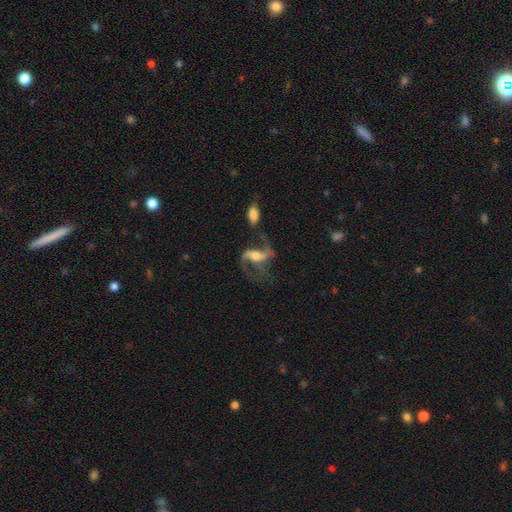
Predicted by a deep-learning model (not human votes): smooth_or_featured: featured or disk (p=0.85) [alt: smooth p=0.09]
disk_edge_on: no (p=0.95) [alt: yes p=0.05]
bar: weak (p=0.38) [alt: strong p=0.37]
has_spiral_arms: yes (p=0.93) [alt: no p=0.07]
spiral_winding: loose (p=0.67) [alt: medium p=0.27]
spiral_arm_count: 2 (p=0.87) [alt: 1 p=0.06]
bulge_size: moderate (p=0.58) [alt: small p=0.28]
merging: none (p=0.45) [alt: major disturbance p=0.25]